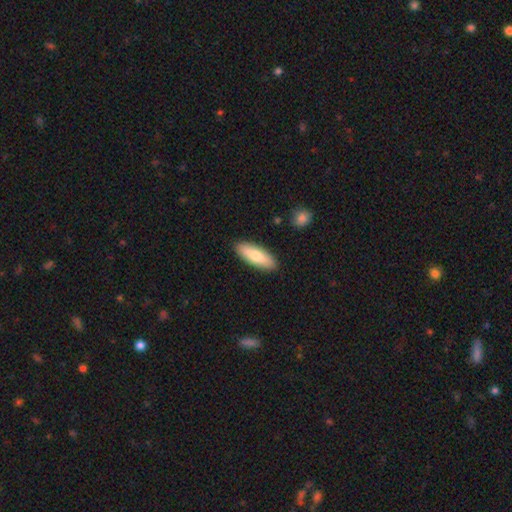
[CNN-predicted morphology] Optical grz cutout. It shows a smooth galaxy with no disk features (73%) that is in between round and cigar-shaped (58%). Merging: none (89%).